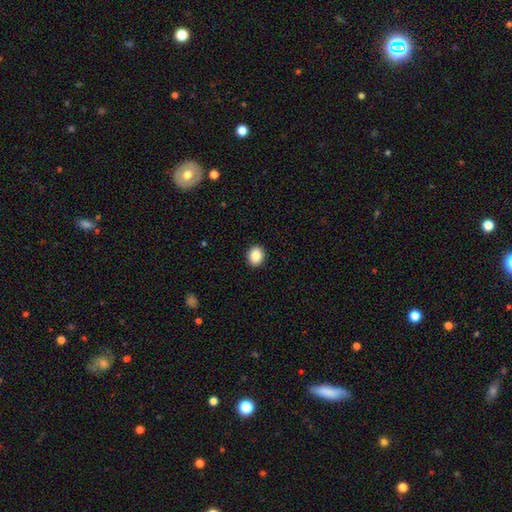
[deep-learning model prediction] smooth_or_featured: smooth (p=0.86) [alt: star or artifact p=0.09]
how_rounded: round (p=0.67) [alt: in between p=0.32]
merging: none (p=0.92) [alt: minor disturbance p=0.05]